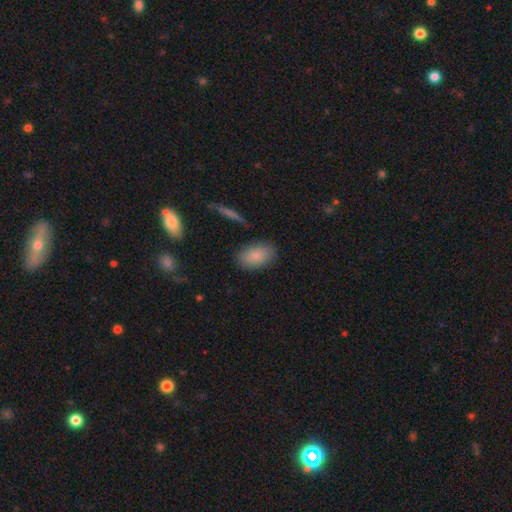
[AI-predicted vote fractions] Smooth or featured? Predicted: smooth (p=0.86). How rounded? Predicted: in between (p=0.91). Merging? Predicted: none (p=0.83).